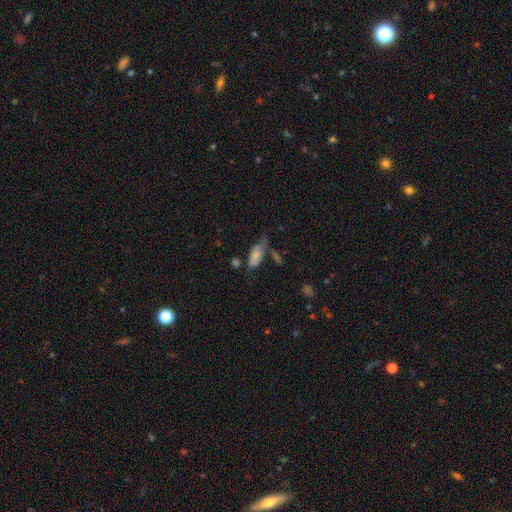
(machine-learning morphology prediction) Q: Smooth or featured?
A: smooth (69%); runner-up: featured or disk (23%)
Q: How rounded?
A: in between (83%); runner-up: cigar-shaped (14%)
Q: Merging?
A: none (39%); runner-up: minor disturbance (33%)